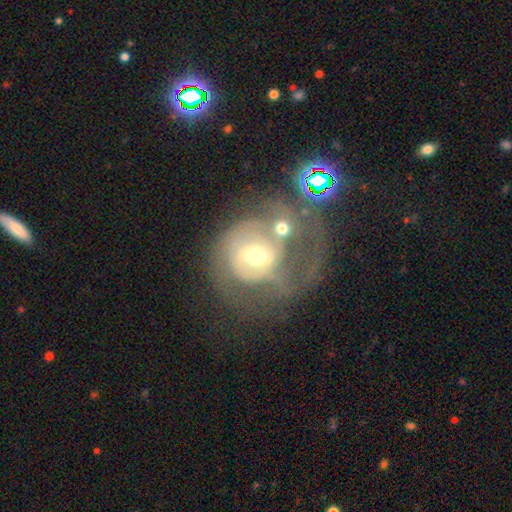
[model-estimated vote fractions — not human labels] A featured or disk galaxy (71%) with no bar (42%), spiral arms (70%) and a moderate central bulge (60%). Merging: merger (37%).